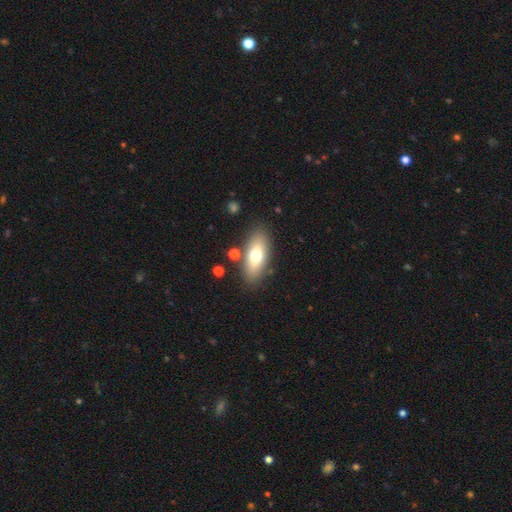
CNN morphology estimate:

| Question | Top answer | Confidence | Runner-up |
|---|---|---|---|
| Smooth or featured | smooth | 69% | featured or disk (24%) |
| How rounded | in between | 79% | cigar-shaped (18%) |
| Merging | none | 83% | minor disturbance (10%) |